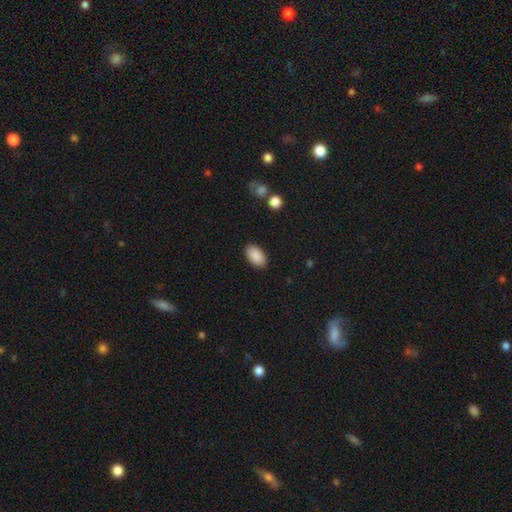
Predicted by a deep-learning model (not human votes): Smooth or featured?
  - smooth: 90% *
  - star or artifact: 7%
  - featured or disk: 3%
How rounded?
  - in between: 94% *
  - round: 5%
  - cigar-shaped: 1%
Merging?
  - none: 88% *
  - minor disturbance: 8%
  - major disturbance: 2%
  - merger: 1%